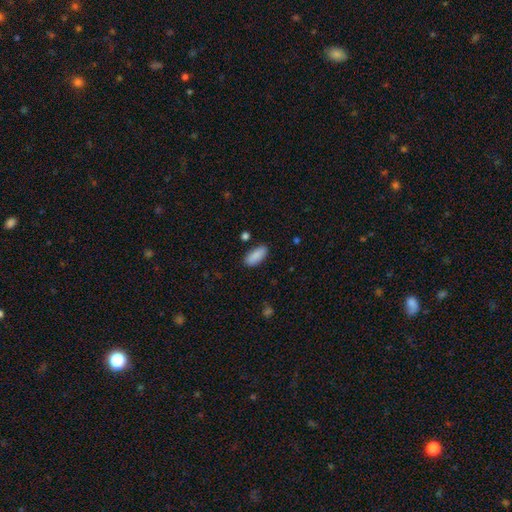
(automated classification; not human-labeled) smooth 90%, star or artifact 6%, featured or disk 4%. Down the decision tree: how rounded — in between (84%); merging — none (86%).